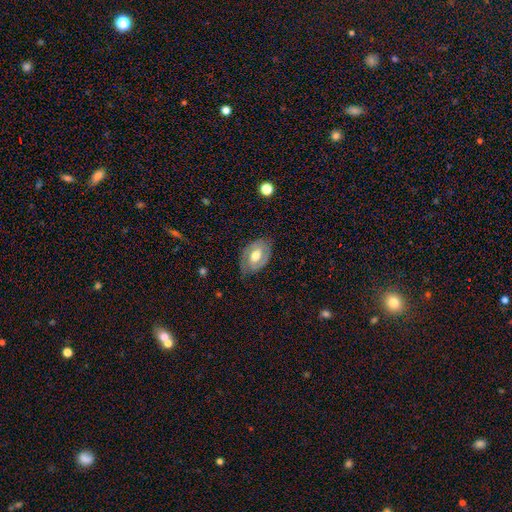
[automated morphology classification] featured or disk 66%, smooth 28%, star or artifact 6%. Down the decision tree: edge-on disk — no (94%); bar — no (46%); spiral arms — yes (71%); bulge size — moderate (67%); merging — none (70%).